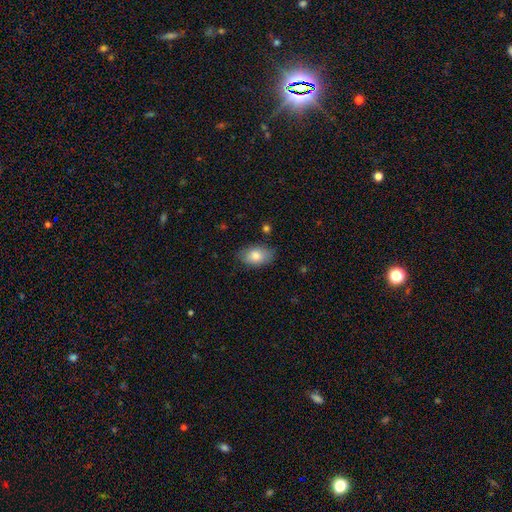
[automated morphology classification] A smooth galaxy with no disk features (82%) that is in between round and cigar-shaped (89%). Merging: none (81%).